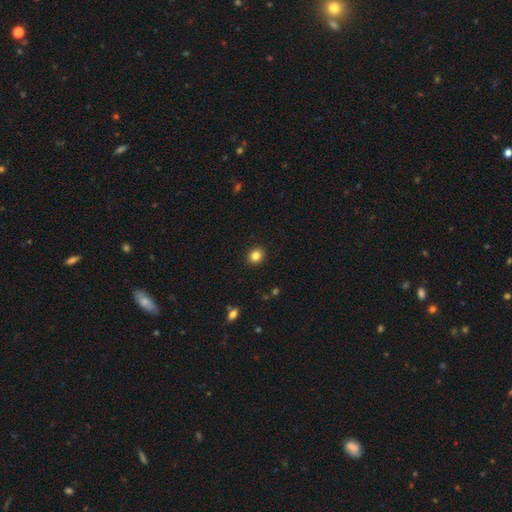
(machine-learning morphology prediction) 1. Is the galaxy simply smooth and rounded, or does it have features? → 83% smooth, 11% star or artifact, 6% featured or disk.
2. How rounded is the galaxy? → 80% round, 19% in between, 1% cigar-shaped.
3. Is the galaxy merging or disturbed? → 92% none, 5% minor disturbance, 2% major disturbance, 1% merger.